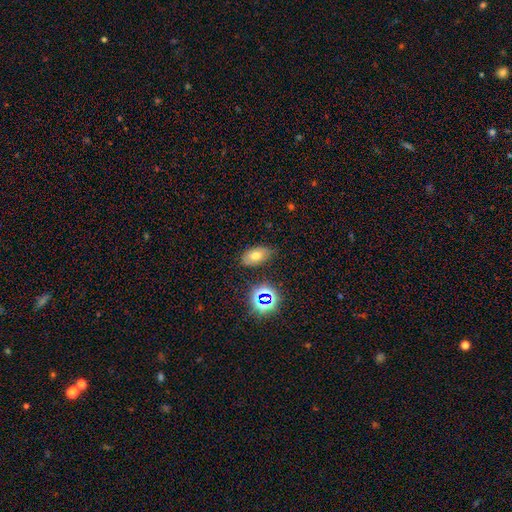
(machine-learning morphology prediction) Overall: smooth (63%). How rounded: in between (89%). Merging: none (80%).